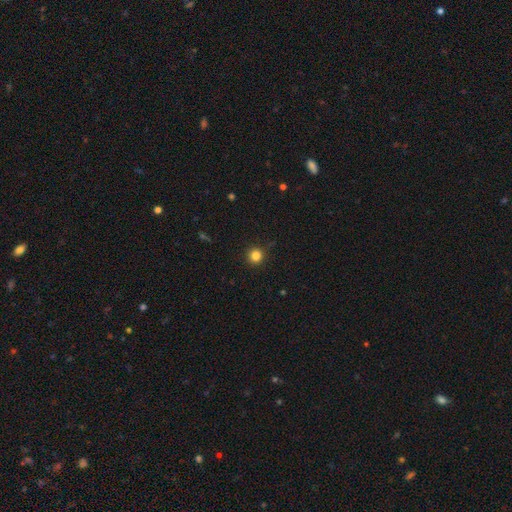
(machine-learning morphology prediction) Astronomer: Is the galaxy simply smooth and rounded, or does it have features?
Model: smooth — 83%.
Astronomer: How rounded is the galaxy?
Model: round — 95%.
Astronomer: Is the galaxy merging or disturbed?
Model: none — 91%.